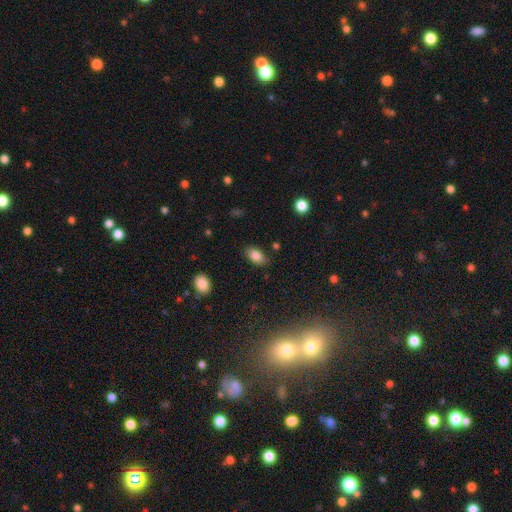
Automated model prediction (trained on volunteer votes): Overall: smooth (83%). How rounded: in between (89%). Merging: none (82%).